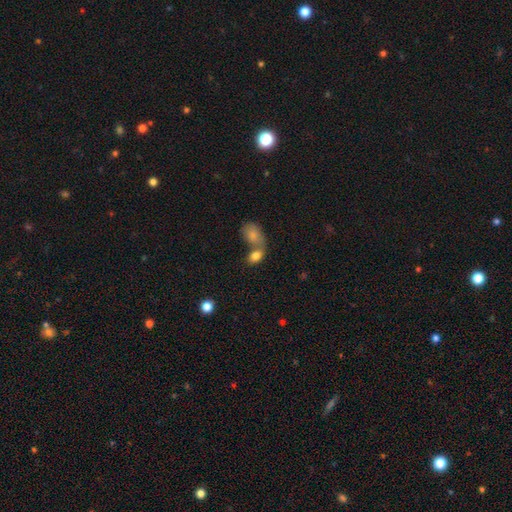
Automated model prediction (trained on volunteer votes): smooth_or_featured: smooth (p=0.82) [alt: featured or disk p=0.09]
how_rounded: in between (p=0.84) [alt: round p=0.14]
merging: merger (p=0.59) [alt: none p=0.28]